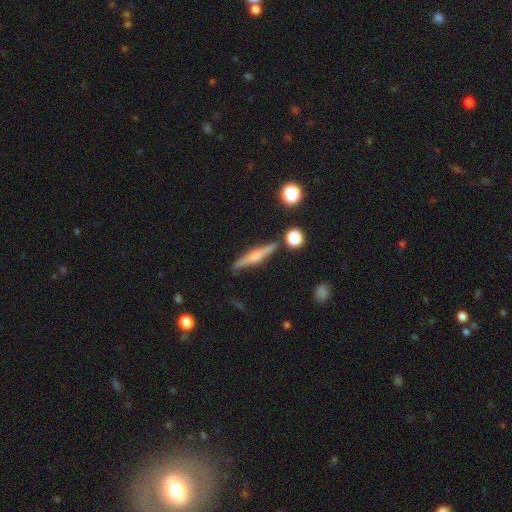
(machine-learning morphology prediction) featured or disk 62%, smooth 31%, star or artifact 8%. Down the decision tree: edge-on disk — yes (96%); edge-on bulge — rounded (82%); merging — none (85%).